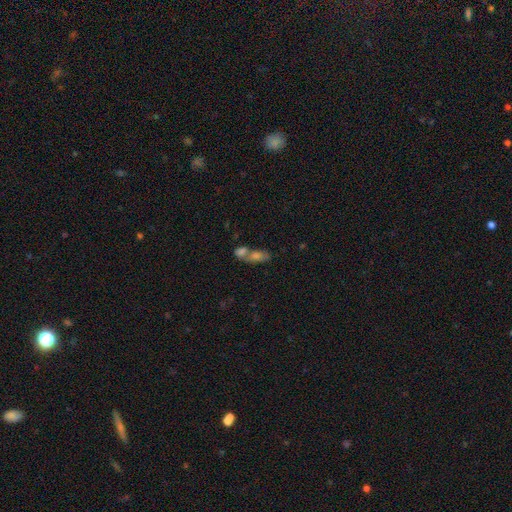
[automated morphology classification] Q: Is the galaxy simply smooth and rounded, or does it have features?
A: smooth — 57%.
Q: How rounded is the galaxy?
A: in between — 74%.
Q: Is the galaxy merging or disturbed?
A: merger — 55%.